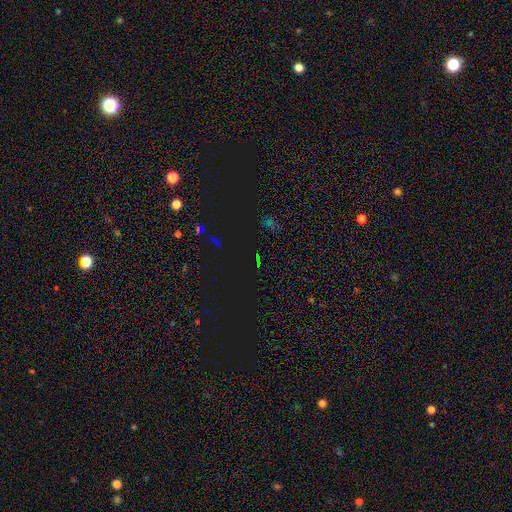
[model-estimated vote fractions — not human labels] Smooth or featured?
  - star or artifact: 79% *
  - smooth: 12%
  - featured or disk: 9%